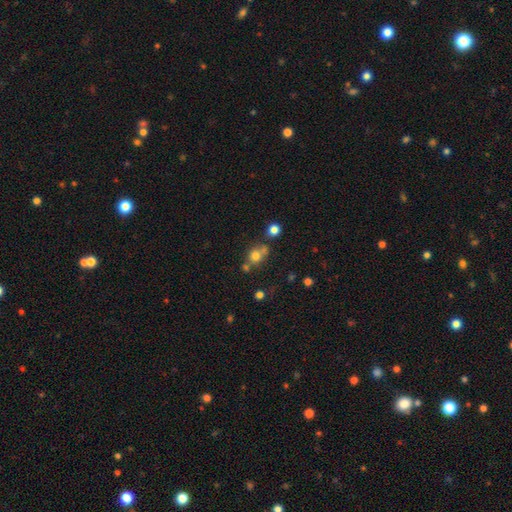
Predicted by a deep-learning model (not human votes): Morphology: type=smooth (72%); roundness=round (75%); merging=none (50%).